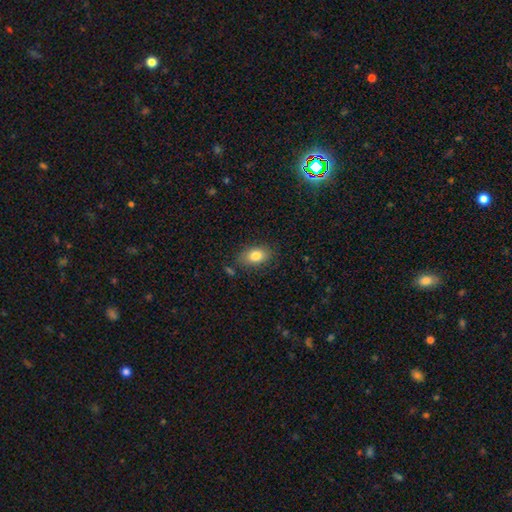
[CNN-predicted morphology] type=smooth (82%); roundness=in between (85%); merging=none (81%).